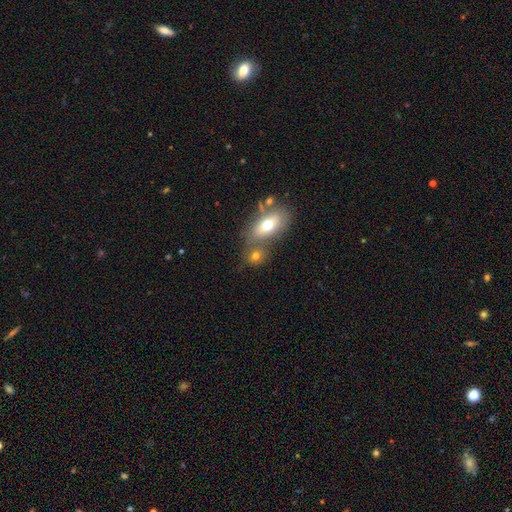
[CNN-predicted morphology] type=smooth (68%); roundness=in between (57%); merging=none (48%).